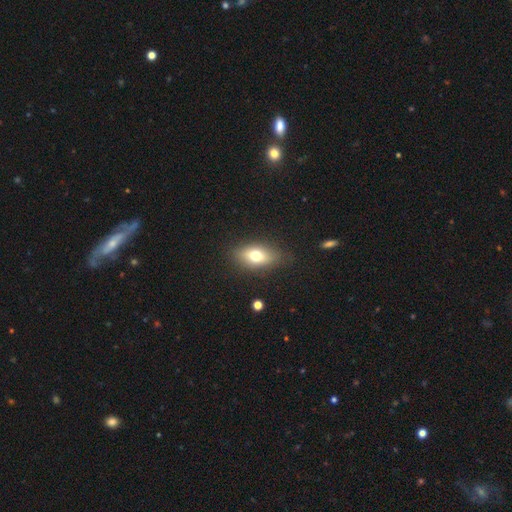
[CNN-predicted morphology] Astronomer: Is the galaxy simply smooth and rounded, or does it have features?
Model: smooth — 69%.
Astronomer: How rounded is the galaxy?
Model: in between — 82%.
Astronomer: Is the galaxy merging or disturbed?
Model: none — 82%.